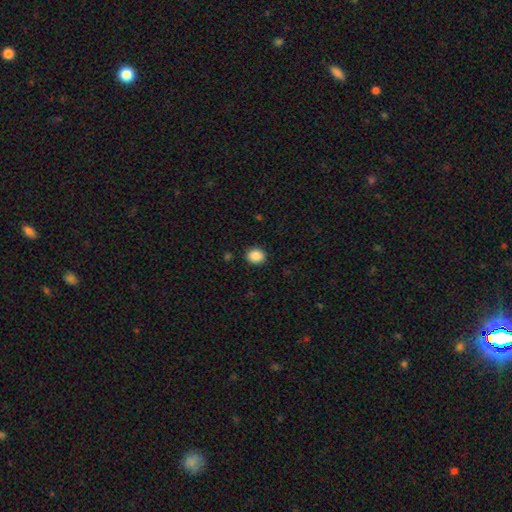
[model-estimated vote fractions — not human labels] smooth-or-featured: smooth: 88% | star or artifact: 9% | featured or disk: 3%
  how-rounded: round: 69% | in between: 30% | cigar-shaped: 1%
  merging: none: 90% | minor disturbance: 7% | major disturbance: 2% | merger: 1%